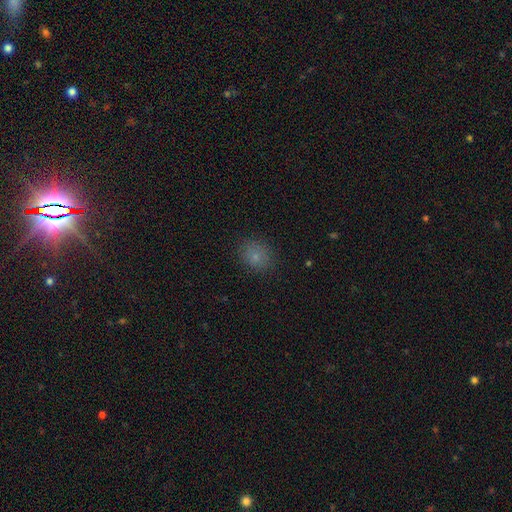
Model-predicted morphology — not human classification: smooth 78%, star or artifact 14%, featured or disk 8%. Down the decision tree: how rounded — round (61%); merging — none (84%).